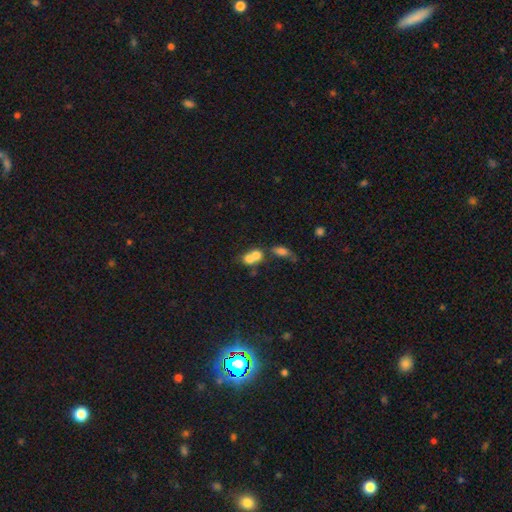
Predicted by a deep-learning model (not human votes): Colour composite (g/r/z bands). It shows a smooth galaxy with no disk features (68%) that is round (54%). Merging: merger (69%).